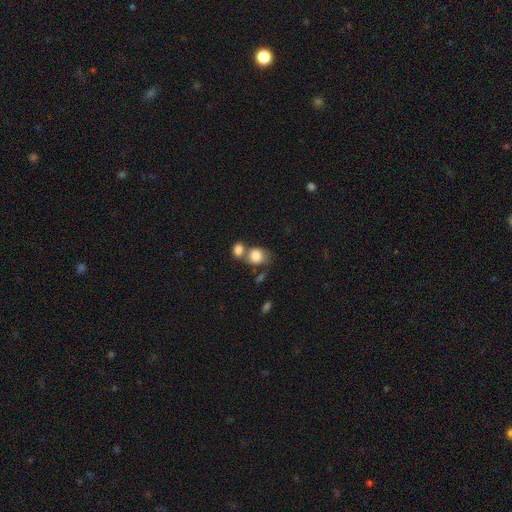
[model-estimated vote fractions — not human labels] smooth-or-featured: smooth: 83% | featured or disk: 9% | star or artifact: 8%
  how-rounded: round: 51% | in between: 48% | cigar-shaped: 1%
  merging: merger: 49% | none: 33% | minor disturbance: 12% | major disturbance: 6%